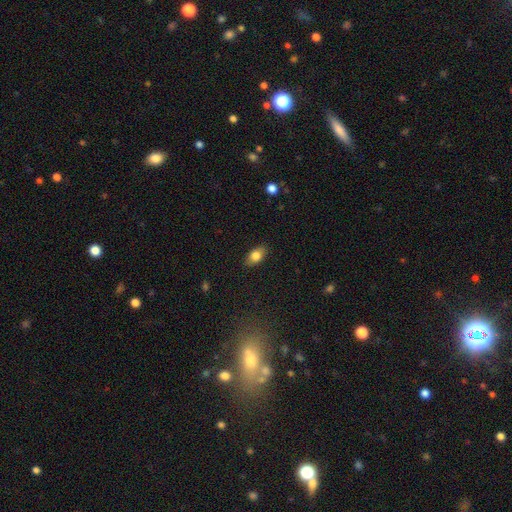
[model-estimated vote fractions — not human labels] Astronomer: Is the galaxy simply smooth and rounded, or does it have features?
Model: smooth — 79%.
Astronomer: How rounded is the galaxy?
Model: in between — 87%.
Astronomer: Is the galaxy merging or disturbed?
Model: none — 86%.